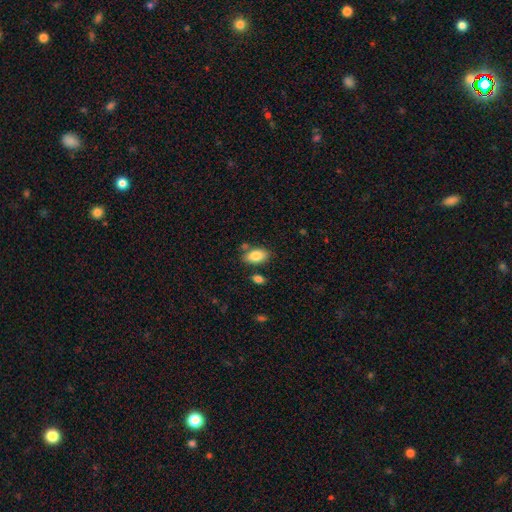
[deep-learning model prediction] Smooth or featured?
  - smooth: 85% *
  - featured or disk: 8%
  - star or artifact: 7%
How rounded?
  - in between: 93% *
  - round: 5%
  - cigar-shaped: 2%
Merging?
  - none: 76% *
  - minor disturbance: 13%
  - merger: 8%
  - major disturbance: 3%